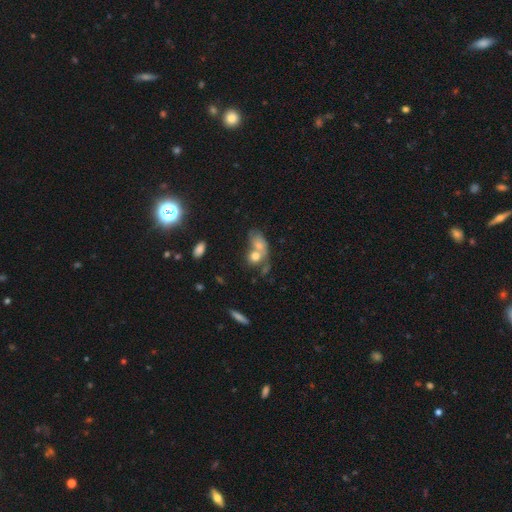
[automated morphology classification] This appears to be a smooth galaxy with no disk features (66%) that is in between round and cigar-shaped (53%). Merging: merger (64%).